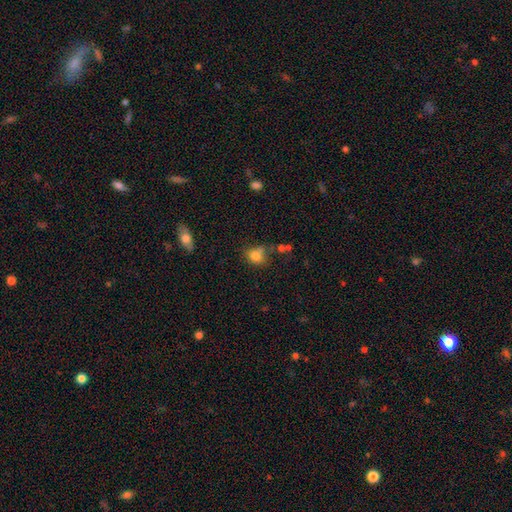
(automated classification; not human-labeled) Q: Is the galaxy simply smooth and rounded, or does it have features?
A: smooth — 81%.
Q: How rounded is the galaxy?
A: round — 62%.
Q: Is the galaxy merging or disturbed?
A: none — 54%.